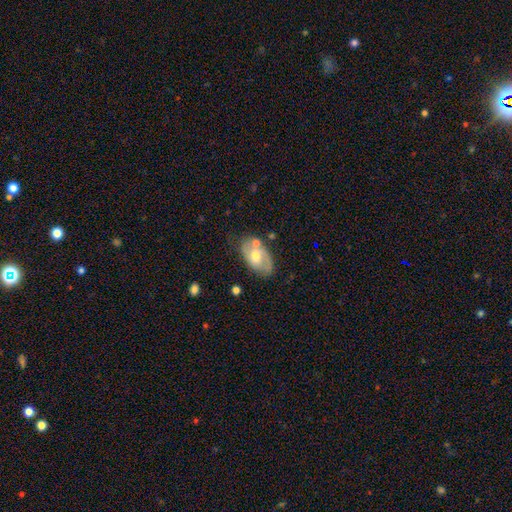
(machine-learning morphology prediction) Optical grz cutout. It shows a featured or disk galaxy (55%) with no bar (48%), spiral arms (65%) and a moderate central bulge (68%). Merging: none (64%).